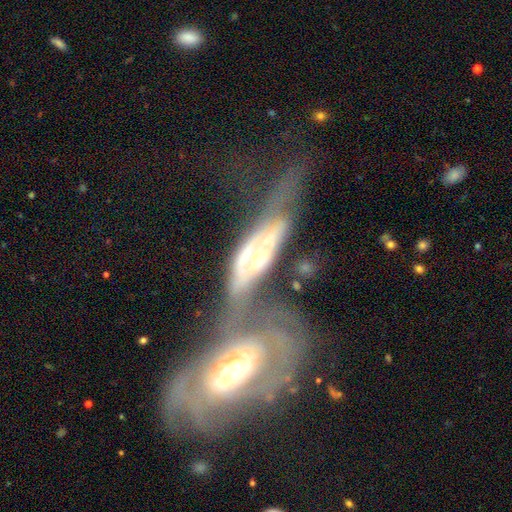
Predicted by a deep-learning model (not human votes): The model was most divided on "edge-on disk": no: 63%, yes: 37%. More confident: smooth or featured — featured or disk (76%); merging — merger (60%).